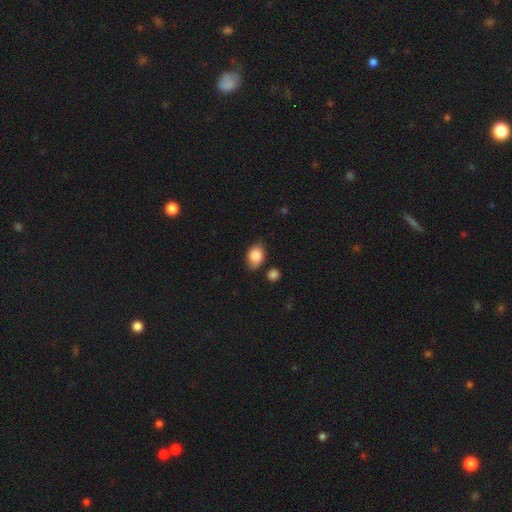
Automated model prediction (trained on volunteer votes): smooth_or_featured: smooth (p=0.84) [alt: featured or disk p=0.08]
how_rounded: in between (p=0.74) [alt: round p=0.24]
merging: none (p=0.68) [alt: minor disturbance p=0.23]